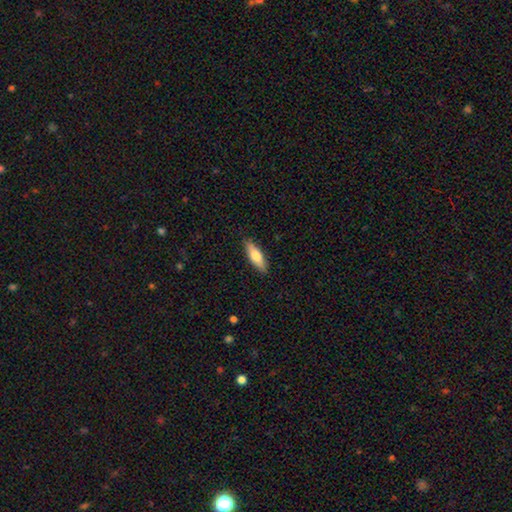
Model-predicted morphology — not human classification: Smooth or featured? smooth (68%)
How rounded? cigar-shaped (50%)
Merging? none (88%)